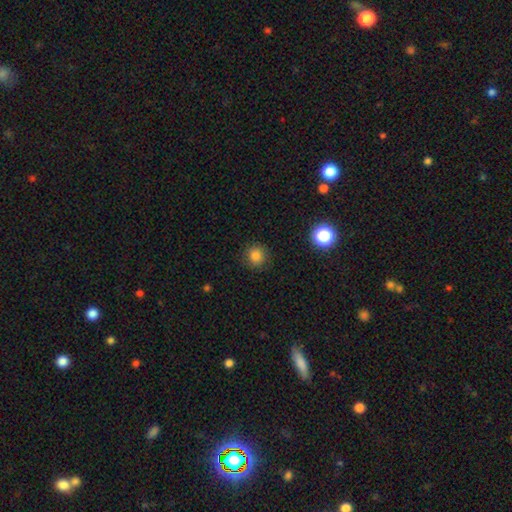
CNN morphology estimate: type=smooth (82%); roundness=round (92%); merging=none (89%).